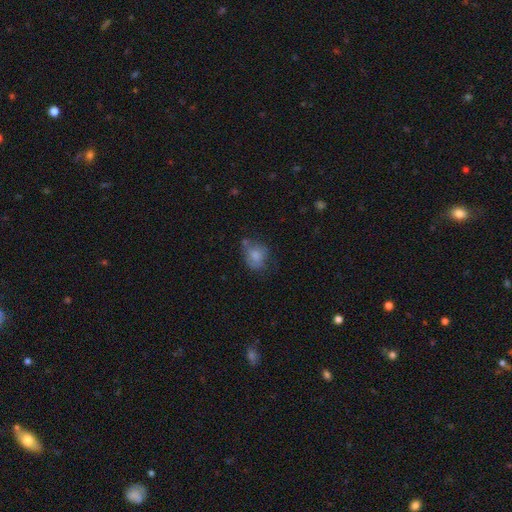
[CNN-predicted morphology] The model was most divided on "how rounded": round: 51%, in between: 48%, cigar-shaped: 1%. Remaining: smooth or featured — smooth (73%); merging — none (47%).